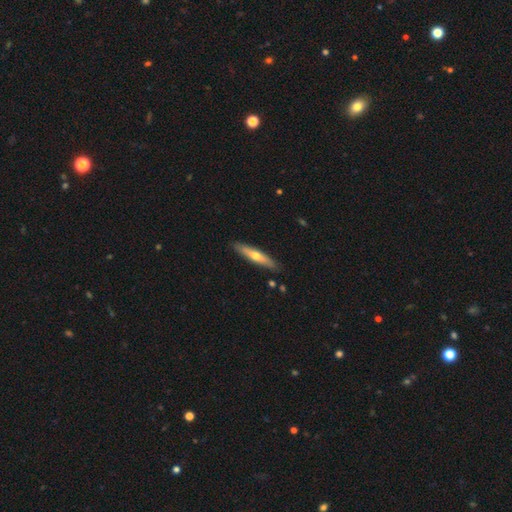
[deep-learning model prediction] smooth_or_featured: smooth (p=0.49) [alt: featured or disk p=0.46]
merging: none (p=0.88) [alt: minor disturbance p=0.09]